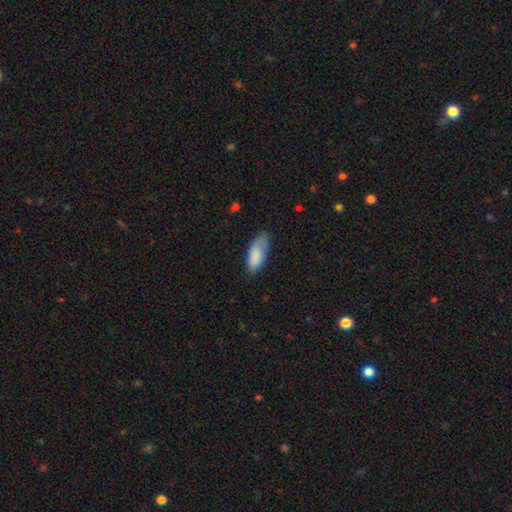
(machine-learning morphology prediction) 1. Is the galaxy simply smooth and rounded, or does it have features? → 83% smooth, 10% featured or disk, 6% star or artifact.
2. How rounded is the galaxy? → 83% in between, 15% cigar-shaped, 2% round.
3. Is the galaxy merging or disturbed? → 51% none, 35% minor disturbance, 12% major disturbance, 3% merger.